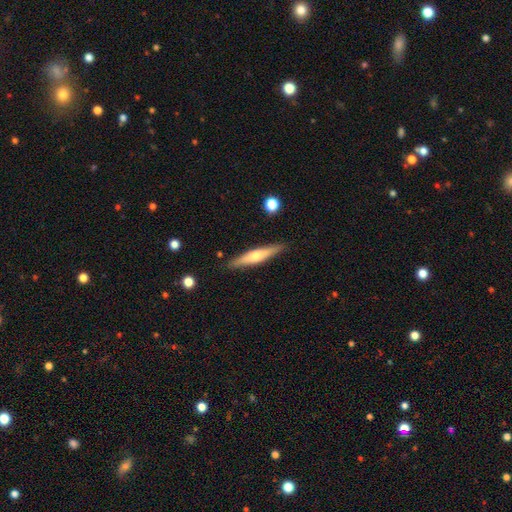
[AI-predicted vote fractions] Smooth or featured?
  - featured or disk: 58% *
  - smooth: 36%
  - star or artifact: 6%
Edge-on disk?
  - yes: 95% *
  - no: 5%
Edge-on bulge?
  - rounded: 86% *
  - none: 8%
  - boxy: 6%
Merging?
  - none: 89% *
  - minor disturbance: 8%
  - major disturbance: 2%
  - merger: 1%